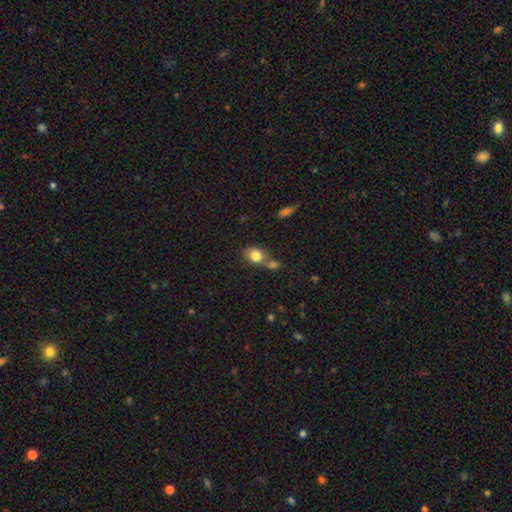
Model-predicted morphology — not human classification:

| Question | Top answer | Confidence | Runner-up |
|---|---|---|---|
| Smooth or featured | smooth | 82% | star or artifact (9%) |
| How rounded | round | 51% | in between (47%) |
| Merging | none | 44% | merger (38%) |